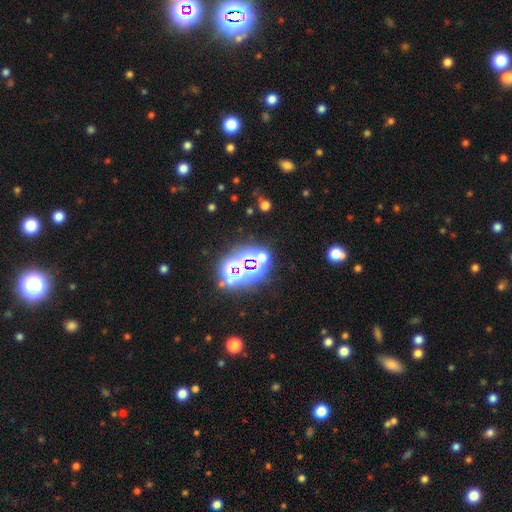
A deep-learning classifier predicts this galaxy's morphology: A star or artifact, not a galaxy (76%).

Vote fractions:
- Smooth or featured? star or artifact: 76% / smooth: 13% / featured or disk: 10%